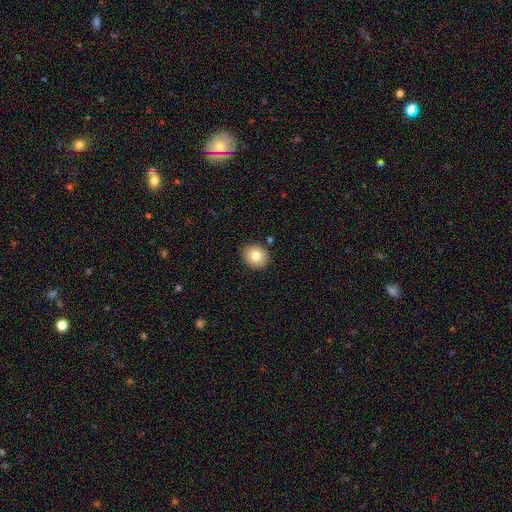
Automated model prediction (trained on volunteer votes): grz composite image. It shows a smooth galaxy with no disk features (79%) that is round (76%). Merging: none (89%).